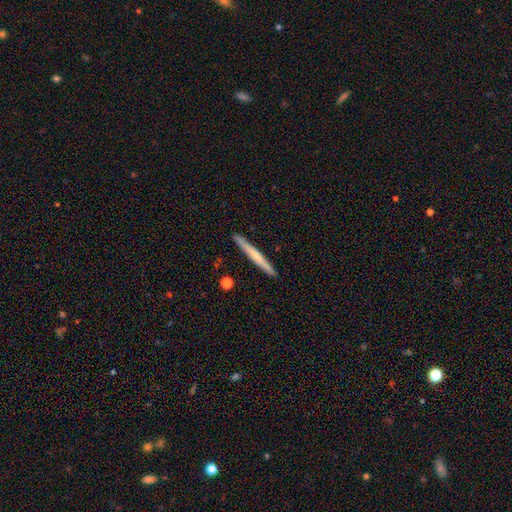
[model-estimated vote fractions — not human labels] Morphology: type=smooth (52%); roundness=cigar-shaped (97%); merging=none (92%).